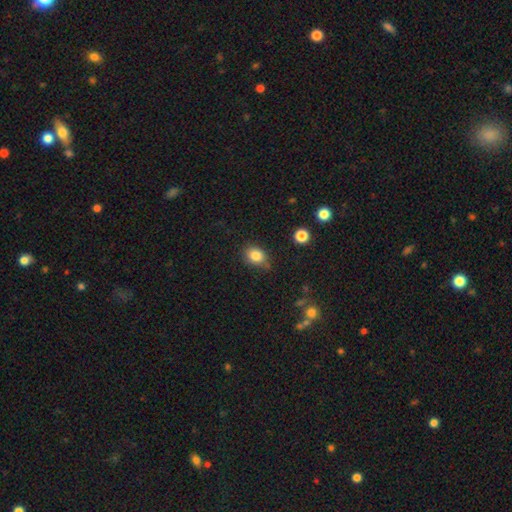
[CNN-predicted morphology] This is clearly a smooth galaxy (83%). How rounded: possibly in between (50%). Merging: likely none (74%).